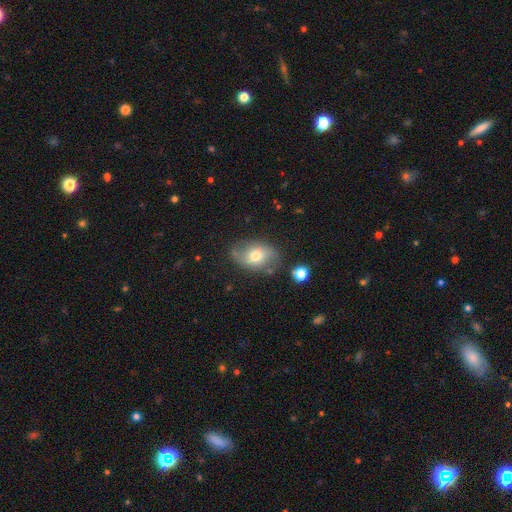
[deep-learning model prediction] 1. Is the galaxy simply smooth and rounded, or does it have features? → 47% smooth, 44% featured or disk, 9% star or artifact.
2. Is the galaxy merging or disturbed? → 69% none, 20% minor disturbance, 7% major disturbance, 4% merger.